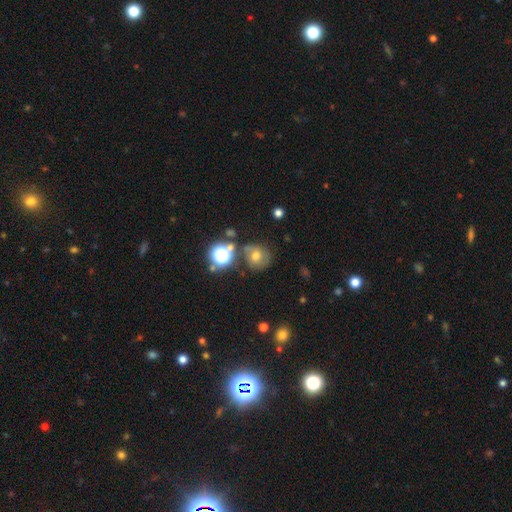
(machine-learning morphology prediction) This appears to be a smooth galaxy with no disk features (59%) that is round (83%). Merging: none (65%).